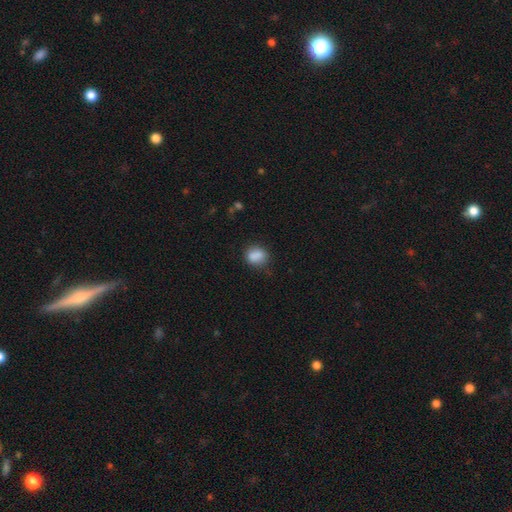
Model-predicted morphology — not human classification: smooth 86%, star or artifact 9%, featured or disk 5%. Down the decision tree: how rounded — round (58%); merging — none (72%).